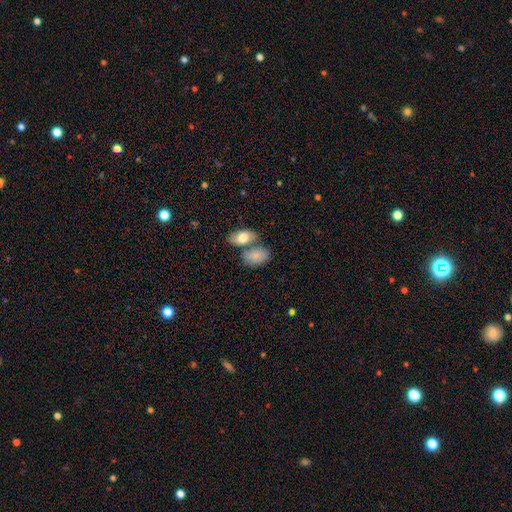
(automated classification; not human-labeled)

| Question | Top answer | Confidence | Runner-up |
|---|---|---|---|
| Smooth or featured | smooth | 81% | featured or disk (13%) |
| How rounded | in between | 90% | round (8%) |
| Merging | merger | 41% | tied: none (41%) |